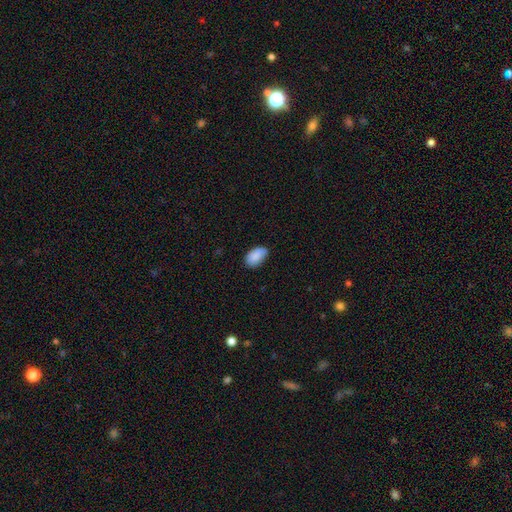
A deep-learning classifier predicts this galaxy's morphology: Smooth or featured?
  - smooth: 87% *
  - star or artifact: 7%
  - featured or disk: 6%
How rounded?
  - in between: 93% *
  - round: 6%
  - cigar-shaped: 1%
Merging?
  - none: 74% *
  - minor disturbance: 21%
  - major disturbance: 3%
  - merger: 1%